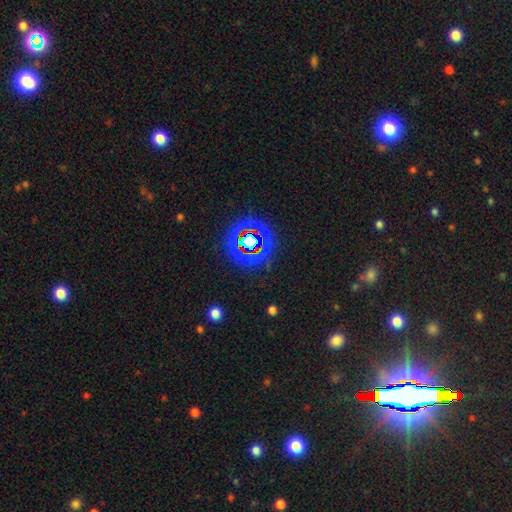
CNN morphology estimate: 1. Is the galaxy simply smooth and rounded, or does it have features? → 66% star or artifact, 18% smooth, 16% featured or disk.